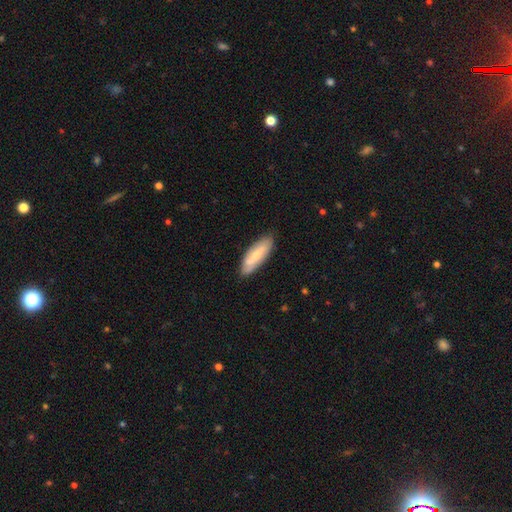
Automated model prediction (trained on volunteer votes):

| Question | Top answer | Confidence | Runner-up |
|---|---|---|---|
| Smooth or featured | smooth | 53% | featured or disk (41%) |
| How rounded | in between | 60% | cigar-shaped (38%) |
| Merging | none | 80% | minor disturbance (15%) |